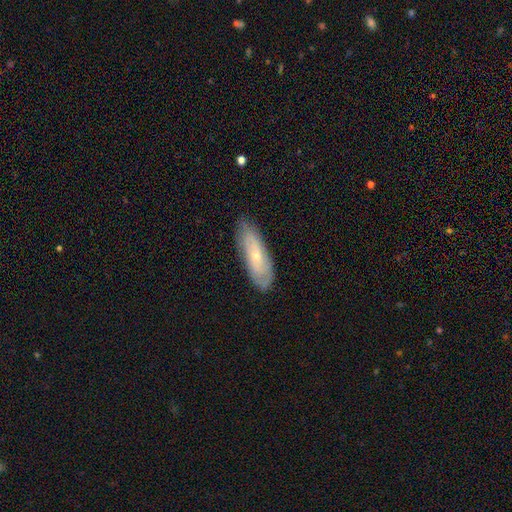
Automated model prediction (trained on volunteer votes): Q: Smooth or featured?
A: featured or disk (50%); runner-up: smooth (42%)
Q: Edge-on disk?
A: no (76%); runner-up: yes (24%)
Q: Merging?
A: none (79%); runner-up: minor disturbance (17%)